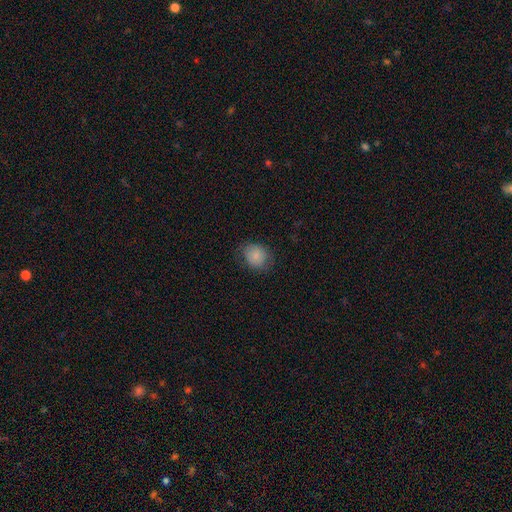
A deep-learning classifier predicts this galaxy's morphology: The model was most divided on "how rounded": round: 64%, in between: 35%, cigar-shaped: 1%. More confident: smooth or featured — smooth (82%); merging — none (73%).